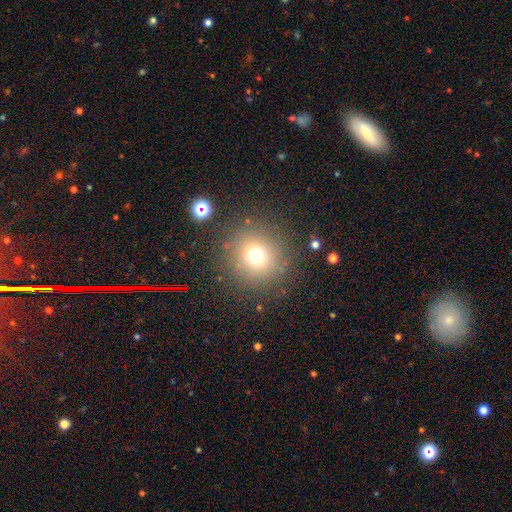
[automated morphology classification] Smooth or featured: smooth — 71% (star or artifact — 20%)
How rounded: round — 94% (in between — 5%)
Merging: none — 87% (minor disturbance — 7%)